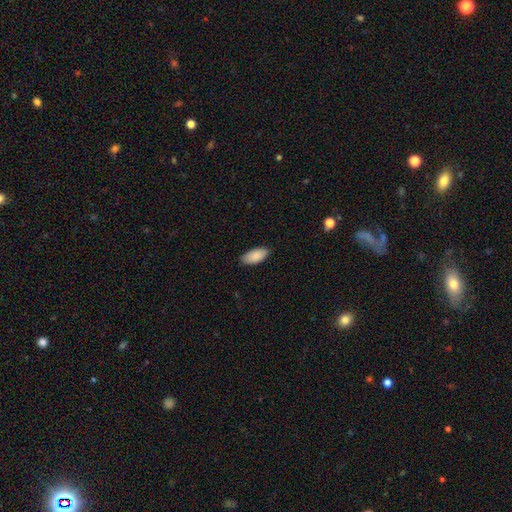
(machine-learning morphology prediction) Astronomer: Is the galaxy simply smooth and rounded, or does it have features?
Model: smooth — 89%.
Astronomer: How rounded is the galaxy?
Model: in between — 93%.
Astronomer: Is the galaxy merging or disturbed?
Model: none — 84%.